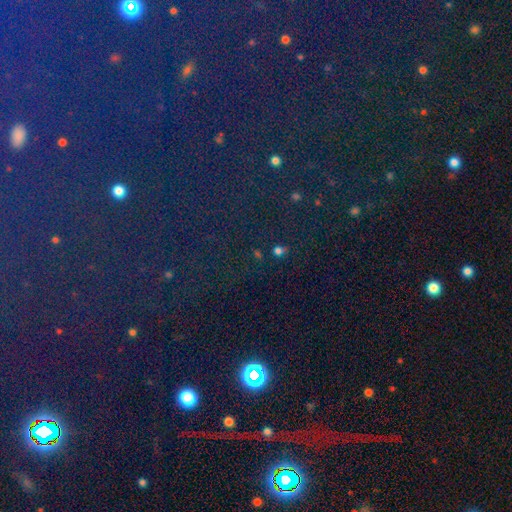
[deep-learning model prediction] Morphology: type=star or artifact (79%).